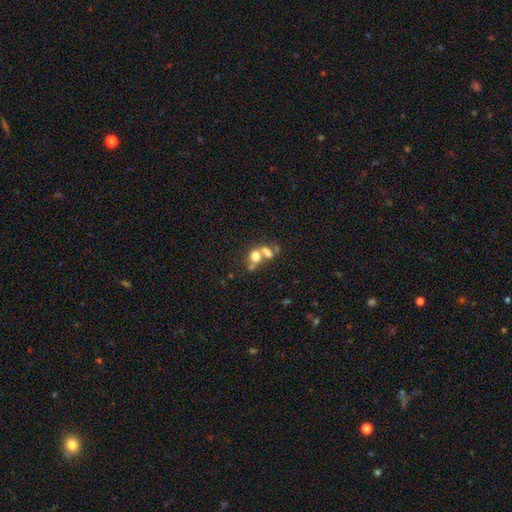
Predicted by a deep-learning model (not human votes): A smooth galaxy with no disk features (67%) that is in between round and cigar-shaped (51%).

Vote fractions:
- Smooth or featured? smooth: 67% / featured or disk: 19% / star or artifact: 14%
- How rounded? in between: 51% / round: 46% / cigar-shaped: 2%
- Merging? merger: 61% / none: 25% / minor disturbance: 7% / major disturbance: 7%